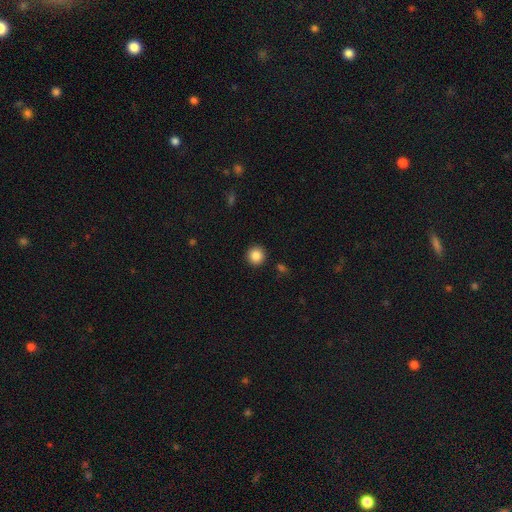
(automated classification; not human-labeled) Smooth or featured?
  - smooth: 86% *
  - star or artifact: 10%
  - featured or disk: 4%
How rounded?
  - round: 94% *
  - in between: 5%
  - cigar-shaped: 1%
Merging?
  - none: 92% *
  - minor disturbance: 5%
  - major disturbance: 2%
  - merger: 2%